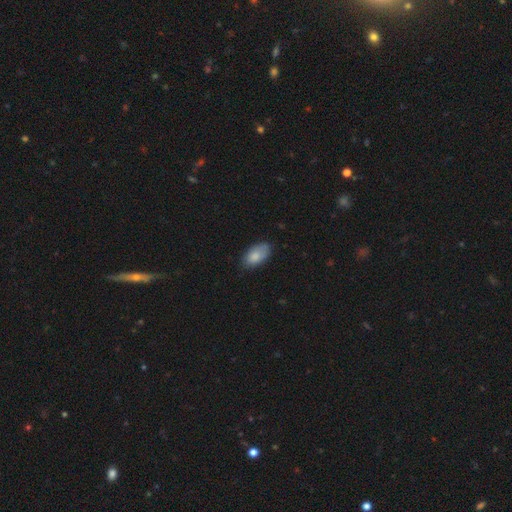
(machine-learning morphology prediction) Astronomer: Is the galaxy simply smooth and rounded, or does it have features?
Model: smooth — 83%.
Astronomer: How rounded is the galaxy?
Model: in between — 94%.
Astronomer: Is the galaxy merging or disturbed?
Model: none — 70%.